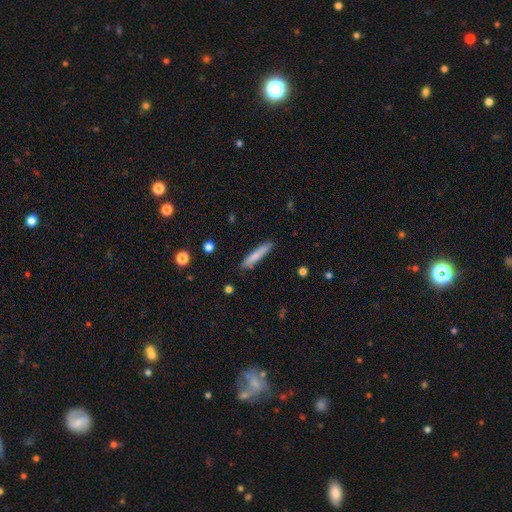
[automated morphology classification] The model was most divided on "smooth or featured": smooth: 75%, featured or disk: 19%, star or artifact: 6%. More confident: how rounded — cigar-shaped (92%); merging — none (88%).